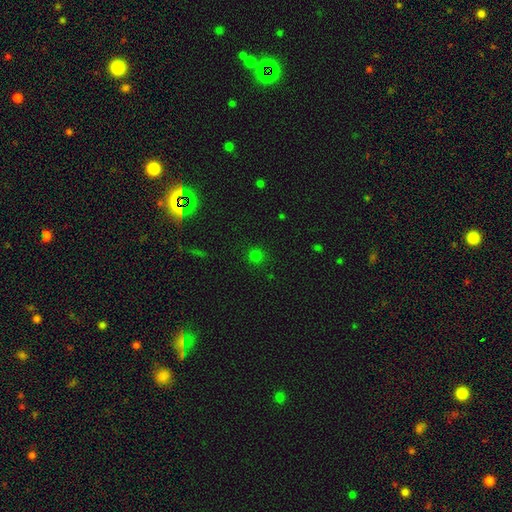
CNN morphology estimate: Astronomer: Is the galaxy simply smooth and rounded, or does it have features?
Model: smooth — 74%.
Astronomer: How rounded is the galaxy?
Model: round — 92%.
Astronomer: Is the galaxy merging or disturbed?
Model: none — 89%.